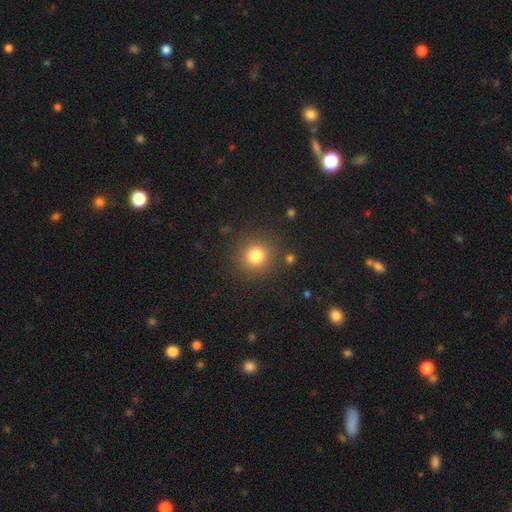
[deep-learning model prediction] Morphology: type=smooth (80%); roundness=round (91%); merging=none (87%).